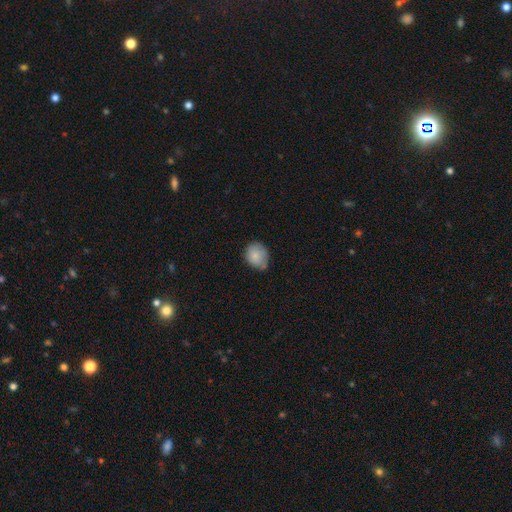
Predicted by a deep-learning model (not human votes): This appears to be a smooth galaxy with no disk features (82%) that is round (57%). Merging: none (56%).